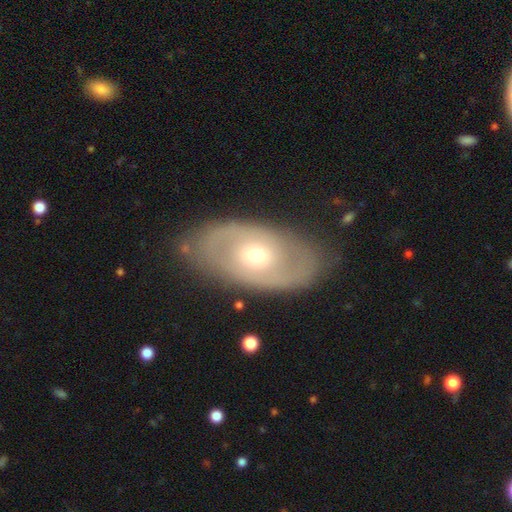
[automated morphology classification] Smooth or featured: featured or disk — 68% (smooth — 26%)
Edge-on disk: no — 92% (yes — 8%)
Bar: no — 77% (weak — 18%)
Spiral arms: yes — 54% (no — 46%)
Bulge size: small — 55% (moderate — 40%)
Merging: none — 81% (minor disturbance — 12%)